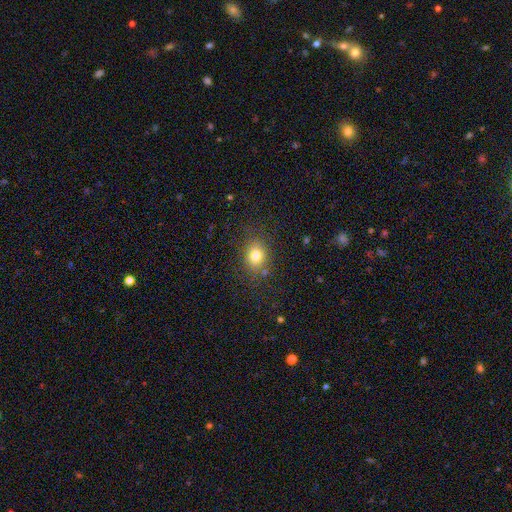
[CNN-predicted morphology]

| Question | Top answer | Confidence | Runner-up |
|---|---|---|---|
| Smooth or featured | smooth | 79% | star or artifact (13%) |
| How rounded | round | 54% | in between (45%) |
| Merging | none | 82% | minor disturbance (12%) |